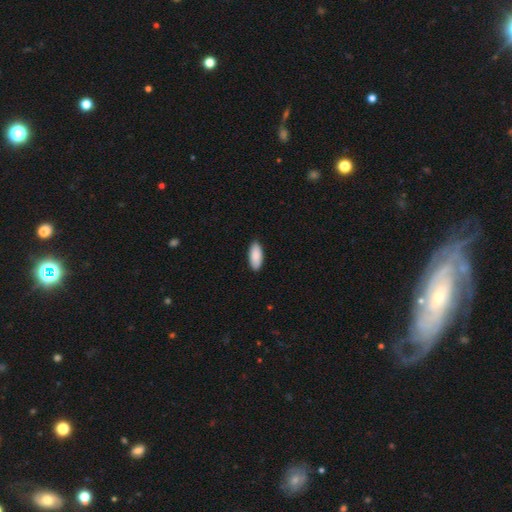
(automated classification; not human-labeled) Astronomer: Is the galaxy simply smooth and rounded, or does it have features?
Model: smooth — 89%.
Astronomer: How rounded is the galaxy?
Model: in between — 85%.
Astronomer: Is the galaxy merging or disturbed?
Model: none — 89%.